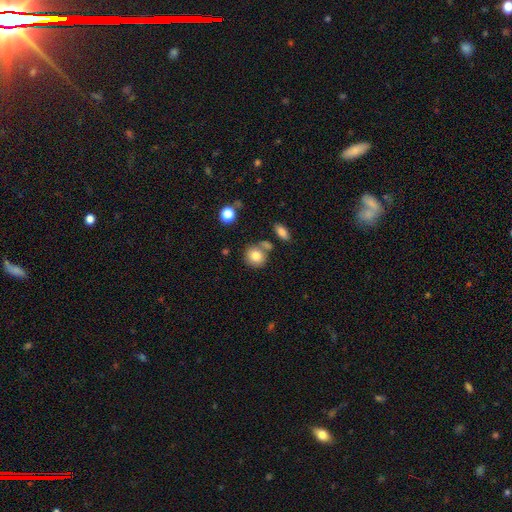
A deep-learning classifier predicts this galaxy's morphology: Smooth or featured: smooth — 80% (featured or disk — 10%)
How rounded: round — 84% (in between — 15%)
Merging: none — 67% (merger — 17%)